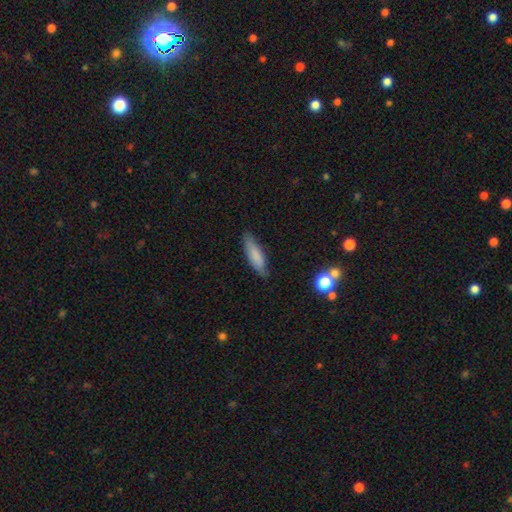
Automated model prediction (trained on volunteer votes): This appears to be a smooth galaxy with no disk features (80%) that is cigar-shaped (64%). Merging: none (81%).